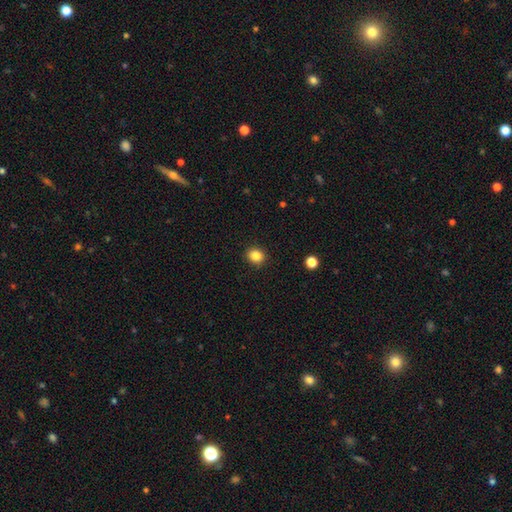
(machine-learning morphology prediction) The model was most divided on "how rounded": round: 75%, in between: 24%, cigar-shaped: 1%. More confident: merging — none (91%); smooth or featured — smooth (85%).